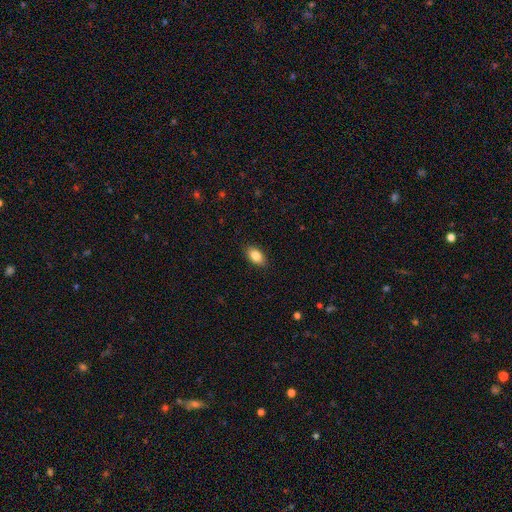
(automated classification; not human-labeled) This appears to be a smooth galaxy with no disk features (84%) that is in between round and cigar-shaped (90%). Merging: none (89%).